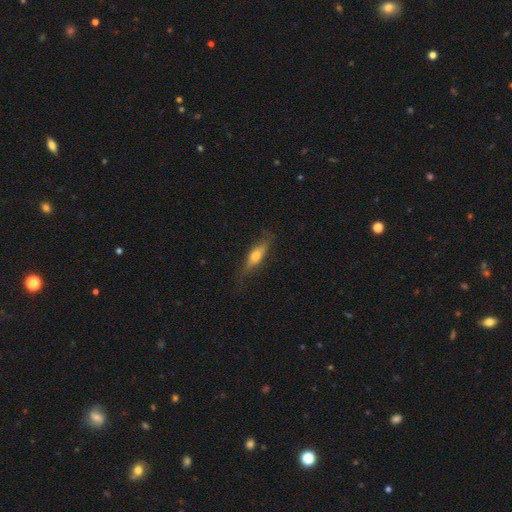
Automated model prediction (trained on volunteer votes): This appears to be a smooth galaxy with no disk features (55%) that is cigar-shaped (57%). Merging: none (74%).